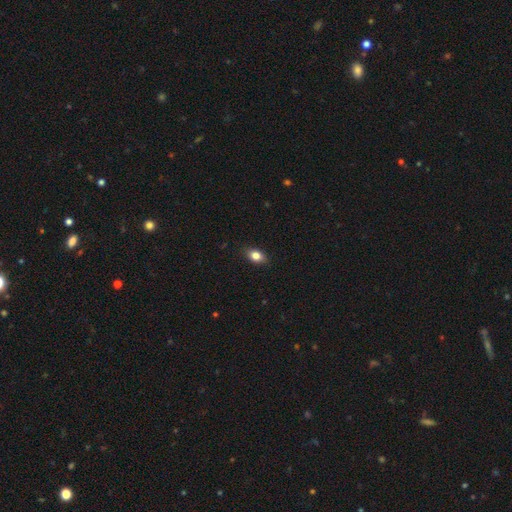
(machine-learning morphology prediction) Smooth or featured?
  - smooth: 82% *
  - star or artifact: 9%
  - featured or disk: 9%
How rounded?
  - in between: 80% *
  - round: 17%
  - cigar-shaped: 3%
Merging?
  - none: 86% *
  - minor disturbance: 11%
  - major disturbance: 2%
  - merger: 1%